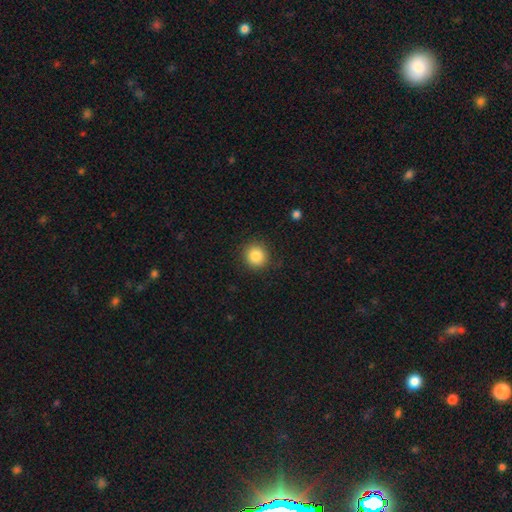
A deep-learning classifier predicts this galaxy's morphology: Smooth or featured? smooth (85%)
How rounded? round (90%)
Merging? none (88%)